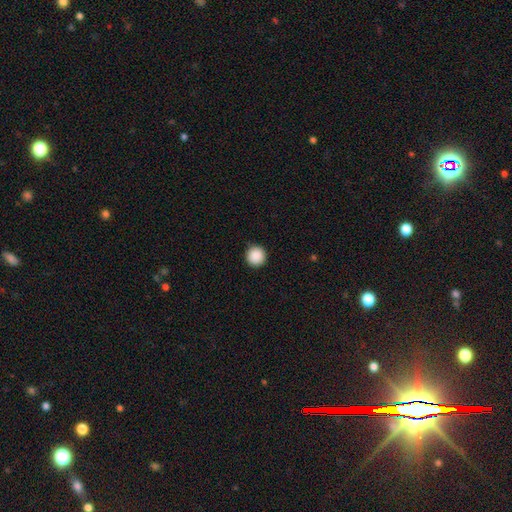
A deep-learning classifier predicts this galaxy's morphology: Smooth or featured?
  - smooth: 89% *
  - star or artifact: 8%
  - featured or disk: 2%
How rounded?
  - round: 96% *
  - in between: 3%
  - cigar-shaped: 1%
Merging?
  - none: 92% *
  - minor disturbance: 5%
  - major disturbance: 2%
  - merger: 1%